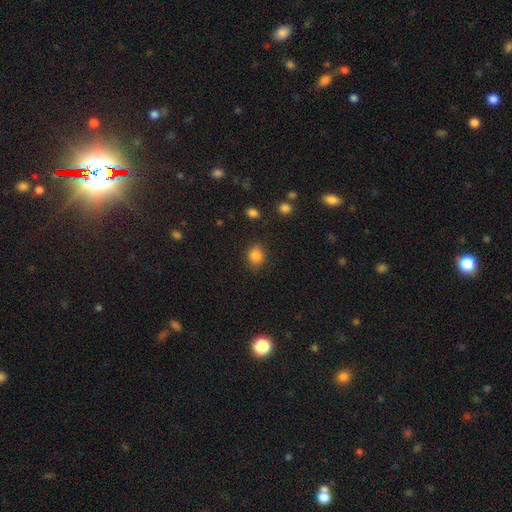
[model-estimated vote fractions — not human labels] Smooth or featured?
  - smooth: 84% *
  - star or artifact: 11%
  - featured or disk: 5%
How rounded?
  - round: 57% *
  - in between: 42%
  - cigar-shaped: 1%
Merging?
  - none: 81% *
  - minor disturbance: 13%
  - major disturbance: 4%
  - merger: 2%